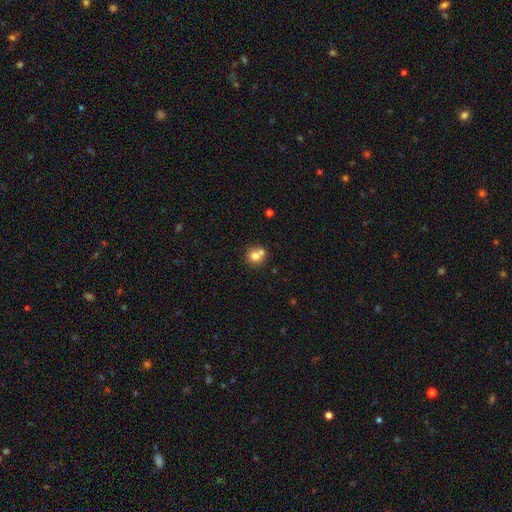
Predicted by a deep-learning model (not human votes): A smooth galaxy with no disk features (73%) that is round (87%). Merging: none (50%).